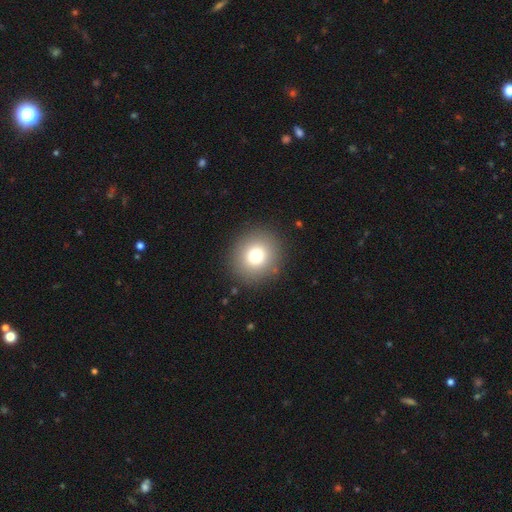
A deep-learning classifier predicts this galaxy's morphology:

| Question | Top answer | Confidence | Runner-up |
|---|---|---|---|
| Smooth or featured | smooth | 78% | star or artifact (11%) |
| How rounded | round | 86% | in between (13%) |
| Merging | none | 89% | minor disturbance (7%) |